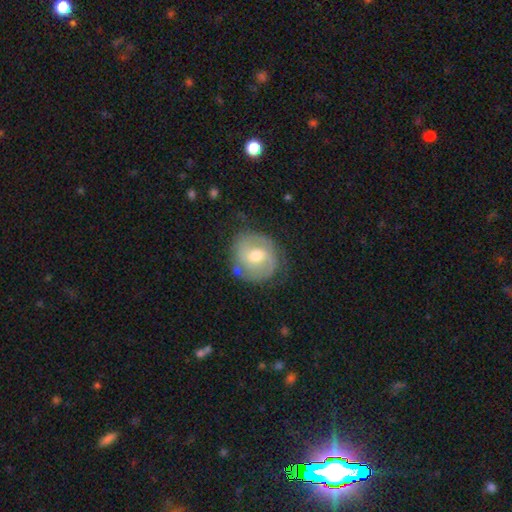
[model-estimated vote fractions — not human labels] This appears to be a featured or disk galaxy (70%) with a weak bar (50%), 2 (76%) tight (46%) spiral arms (86%) and a moderate central bulge (72%). Merging: none (77%).